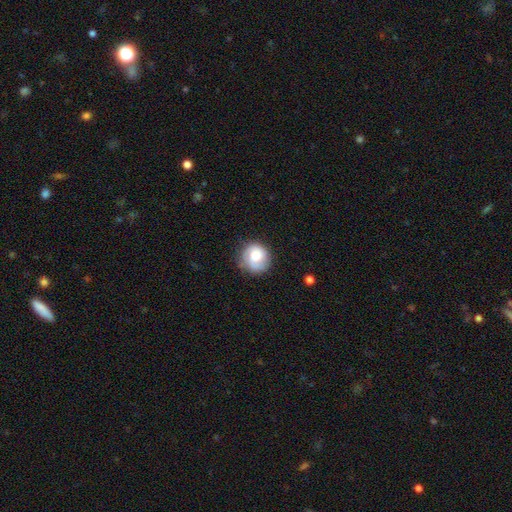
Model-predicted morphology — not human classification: smooth_or_featured: smooth (p=0.61) [alt: featured or disk p=0.31]
how_rounded: round (p=0.86) [alt: in between p=0.13]
merging: none (p=0.71) [alt: minor disturbance p=0.21]